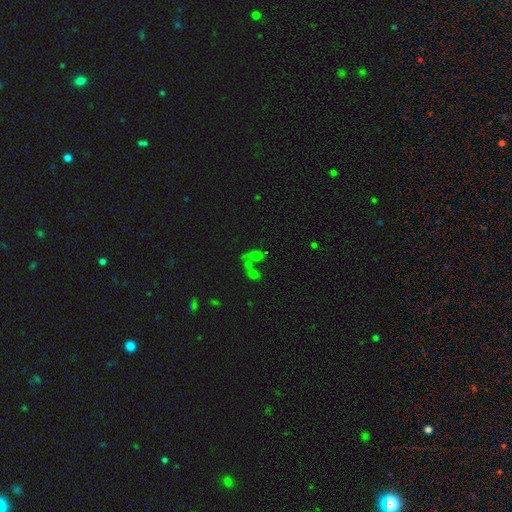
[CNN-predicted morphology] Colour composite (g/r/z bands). It shows a smooth galaxy with no disk features (49%). Merging: merger (54%).